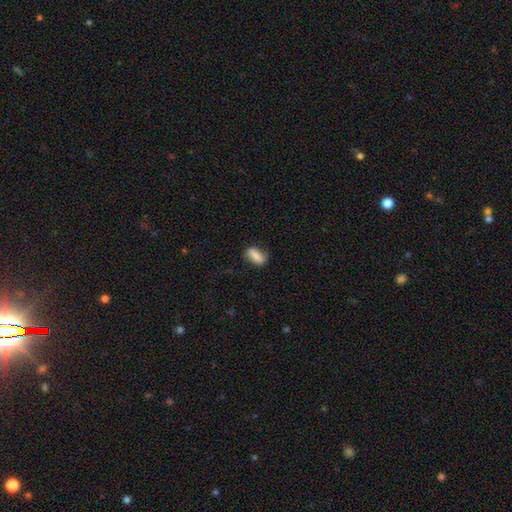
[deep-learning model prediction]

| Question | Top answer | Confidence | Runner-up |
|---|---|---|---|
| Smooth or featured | smooth | 69% | featured or disk (23%) |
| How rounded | in between | 78% | cigar-shaped (14%) |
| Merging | none | 73% | minor disturbance (19%) |